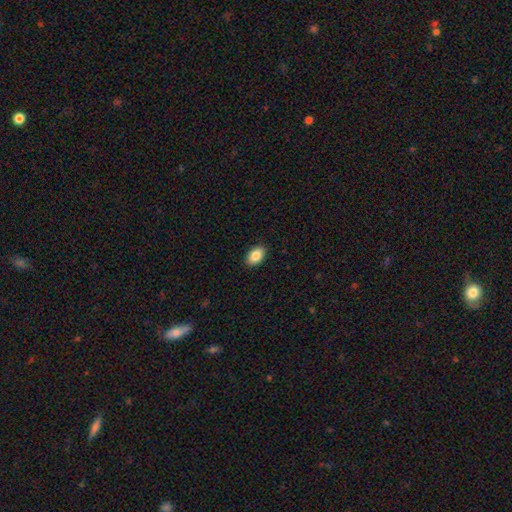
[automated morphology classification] This is clearly a smooth galaxy (86%). How rounded: clearly in between (90%). Merging: clearly none (90%).